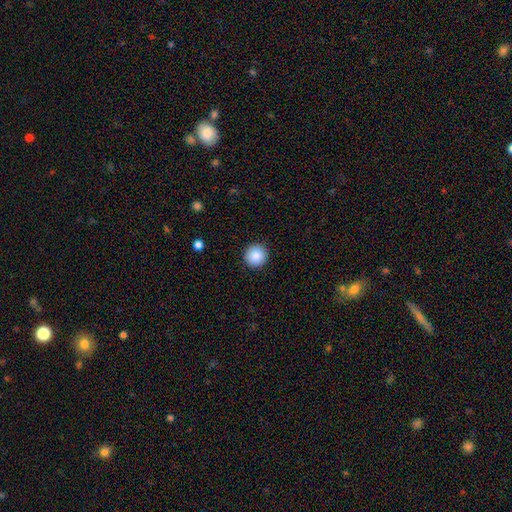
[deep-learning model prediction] The model was most divided on "smooth or featured": smooth: 87%, star or artifact: 8%, featured or disk: 4%. More confident: how rounded — round (96%); merging — none (92%).